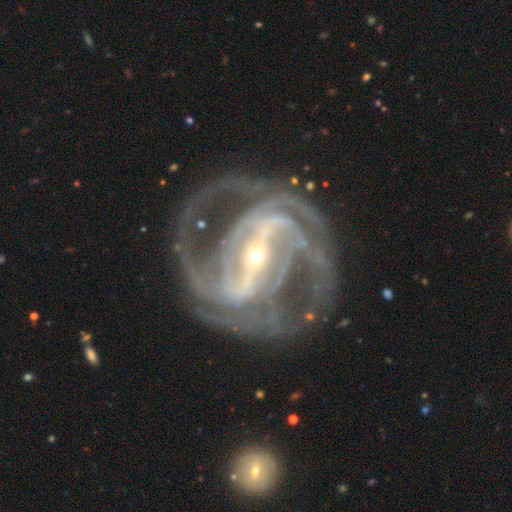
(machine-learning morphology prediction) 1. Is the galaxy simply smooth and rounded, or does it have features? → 93% featured or disk, 5% star or artifact, 2% smooth.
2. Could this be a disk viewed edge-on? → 97% no, 3% yes.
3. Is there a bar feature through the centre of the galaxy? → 79% strong, 16% weak, 5% no.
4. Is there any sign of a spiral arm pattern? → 98% yes, 2% no.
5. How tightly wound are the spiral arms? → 46% medium, 44% tight, 10% loose.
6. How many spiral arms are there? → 35% 2, 21% 3, 17% 4, 14% can't tell, 8% more than 4, 7% 1.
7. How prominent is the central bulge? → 83% small, 13% moderate, 2% large, 1% none, 1% dominant.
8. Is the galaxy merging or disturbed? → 69% none, 15% minor disturbance, 13% major disturbance, 2% merger.